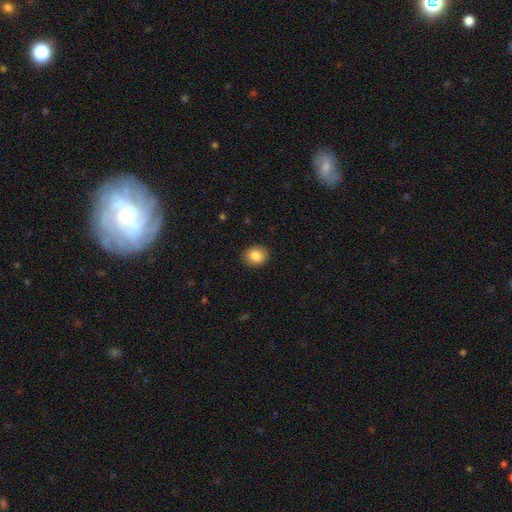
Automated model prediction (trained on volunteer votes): Smooth or featured?
  - smooth: 86% *
  - star or artifact: 9%
  - featured or disk: 6%
How rounded?
  - round: 65% *
  - in between: 34%
  - cigar-shaped: 1%
Merging?
  - none: 90% *
  - minor disturbance: 7%
  - major disturbance: 2%
  - merger: 1%